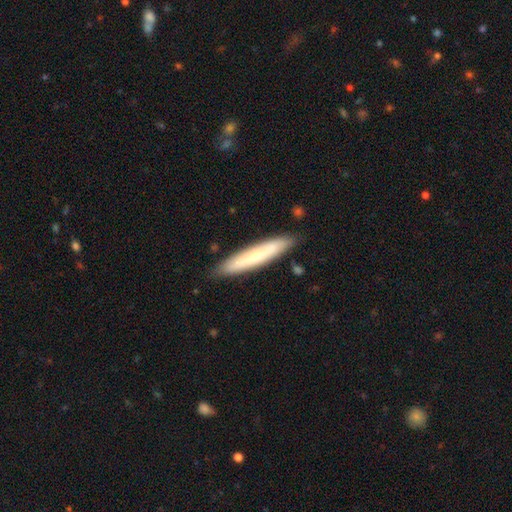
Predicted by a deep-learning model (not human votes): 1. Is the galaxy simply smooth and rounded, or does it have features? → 61% smooth, 33% featured or disk, 5% star or artifact.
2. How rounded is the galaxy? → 91% cigar-shaped, 8% in between, 1% round.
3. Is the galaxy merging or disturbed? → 86% none, 10% minor disturbance, 2% major disturbance, 2% merger.